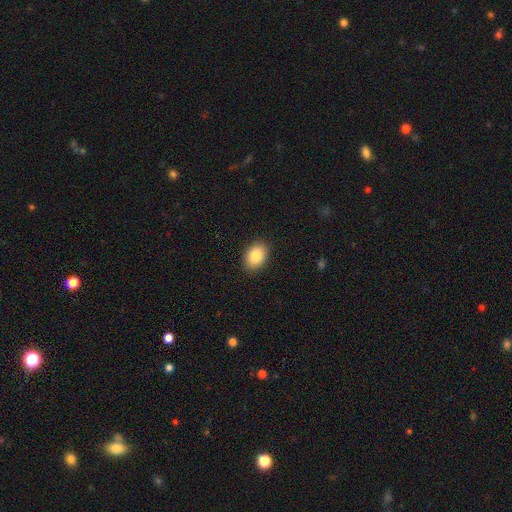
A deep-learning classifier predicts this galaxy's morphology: The model was most divided on "how rounded": in between: 78%, round: 21%, cigar-shaped: 1%. More confident: merging — none (90%); smooth or featured — smooth (84%).